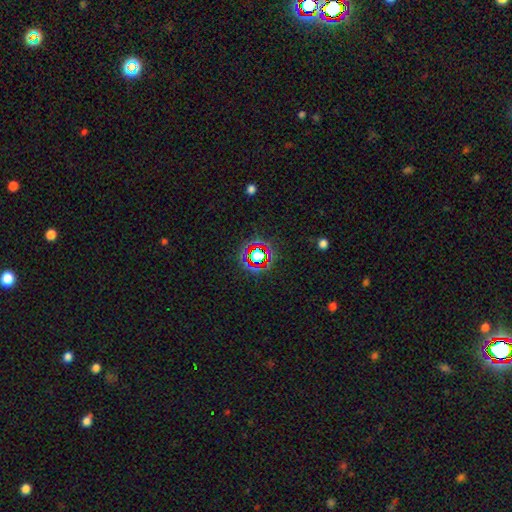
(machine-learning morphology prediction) Smooth or featured: star or artifact — 65% (smooth — 22%)